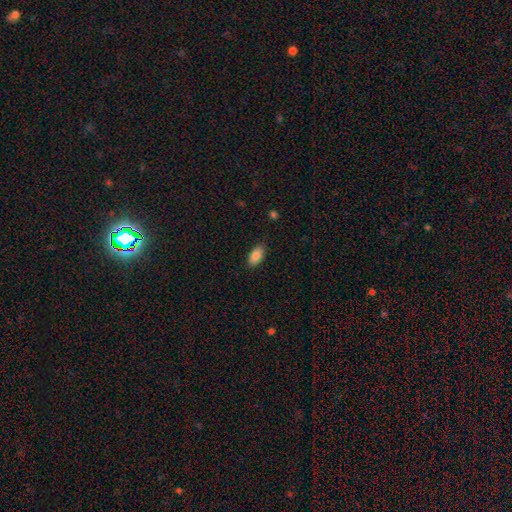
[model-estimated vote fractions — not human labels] A smooth galaxy with no disk features (88%) that is in between round and cigar-shaped (92%).

Vote fractions:
- Smooth or featured? smooth: 88% / star or artifact: 7% / featured or disk: 5%
- How rounded? in between: 92% / cigar-shaped: 5% / round: 3%
- Merging? none: 85% / minor disturbance: 11% / major disturbance: 2% / merger: 1%